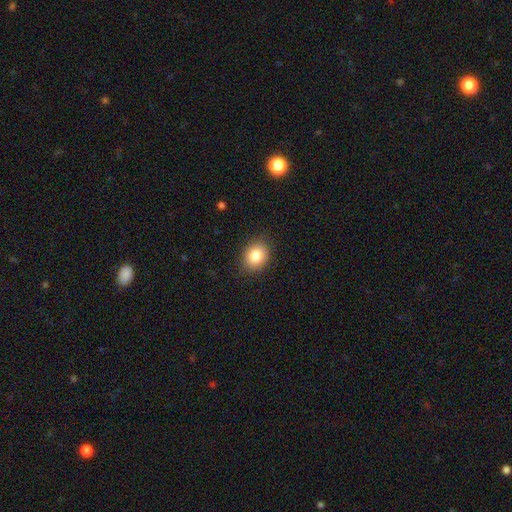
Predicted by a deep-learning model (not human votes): Smooth or featured: smooth — 84% (star or artifact — 9%)
How rounded: in between — 50% (round — 49%)
Merging: none — 86% (minor disturbance — 10%)